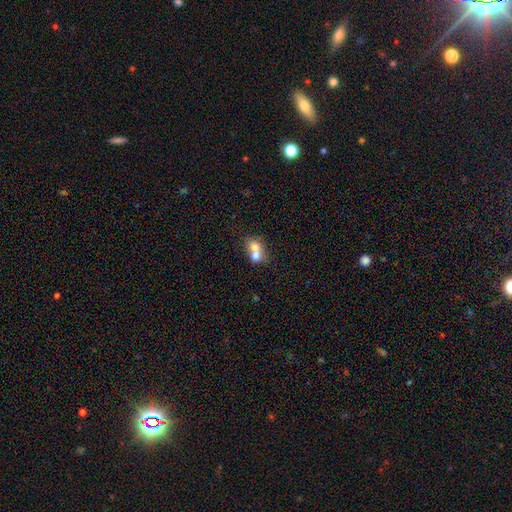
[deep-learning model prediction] Smooth or featured?
  - smooth: 68% *
  - featured or disk: 23%
  - star or artifact: 9%
How rounded?
  - round: 51% *
  - in between: 48%
  - cigar-shaped: 1%
Merging?
  - merger: 73% *
  - none: 18%
  - minor disturbance: 6%
  - major disturbance: 3%